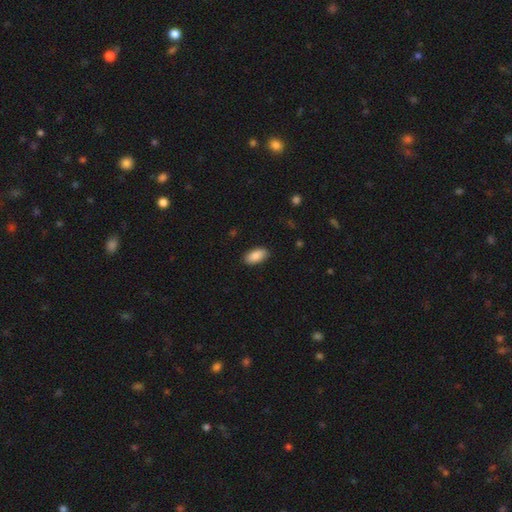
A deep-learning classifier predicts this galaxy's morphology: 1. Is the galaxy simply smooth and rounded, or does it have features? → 89% smooth, 6% star or artifact, 5% featured or disk.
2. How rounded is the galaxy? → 93% in between, 4% cigar-shaped, 2% round.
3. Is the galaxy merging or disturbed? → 89% none, 8% minor disturbance, 2% major disturbance, 1% merger.